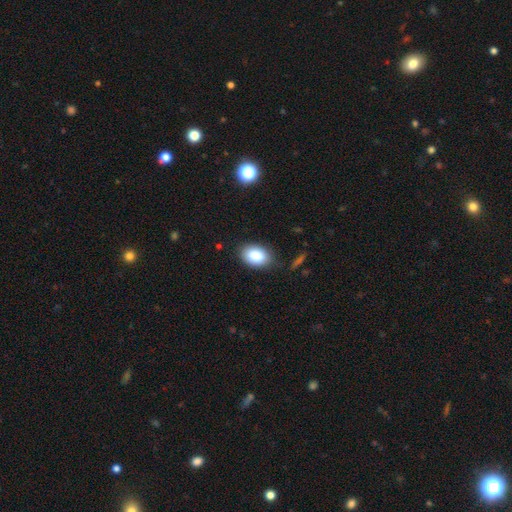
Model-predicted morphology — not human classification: smooth_or_featured: smooth (p=0.85) [alt: star or artifact p=0.08]
how_rounded: in between (p=0.81) [alt: round p=0.18]
merging: none (p=0.83) [alt: minor disturbance p=0.13]